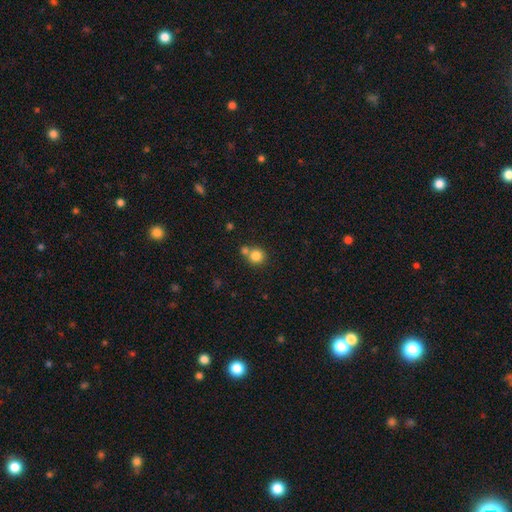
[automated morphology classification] smooth_or_featured: smooth (p=0.82) [alt: star or artifact p=0.11]
how_rounded: round (p=0.91) [alt: in between p=0.08]
merging: none (p=0.58) [alt: merger p=0.31]